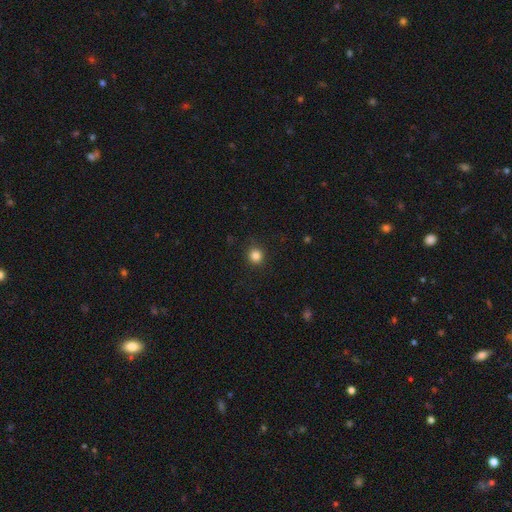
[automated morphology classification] Smooth or featured: smooth — 84% (star or artifact — 12%)
How rounded: round — 92% (in between — 7%)
Merging: none — 90% (minor disturbance — 7%)